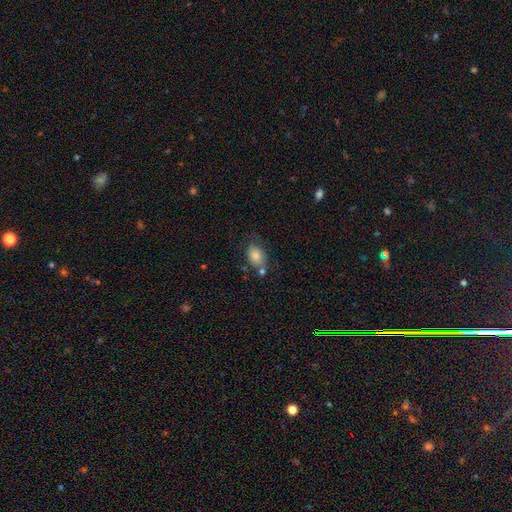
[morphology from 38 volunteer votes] Volunteers were most divided on "merging": none: 51%, minor disturbance: 29%, major disturbance: 14%, merger: 6%. More confident: how rounded — in between (86%); smooth or featured — smooth (76%).